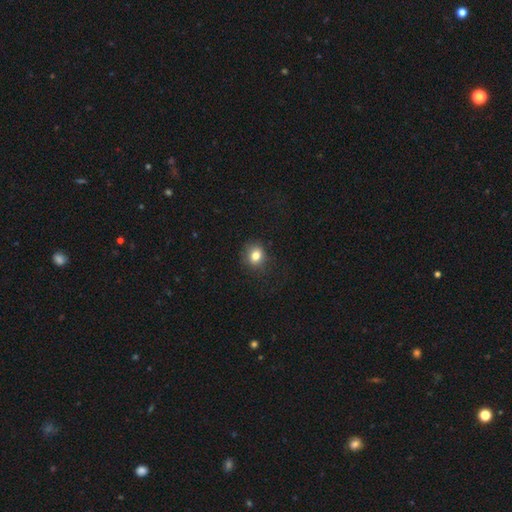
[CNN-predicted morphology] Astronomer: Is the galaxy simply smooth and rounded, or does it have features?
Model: smooth — 81%.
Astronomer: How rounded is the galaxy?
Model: round — 71%.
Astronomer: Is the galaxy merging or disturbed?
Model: none — 81%.